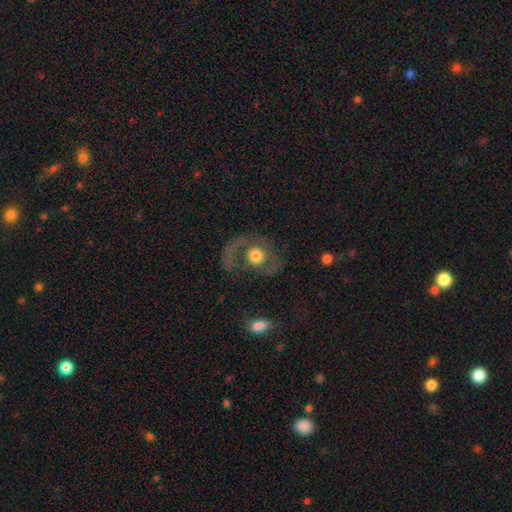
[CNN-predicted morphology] type=featured or disk (57%); edge-on=no (96%); bar=no (83%); spiral arms=yes (54%); bulge=moderate (56%); merging=none (57%).